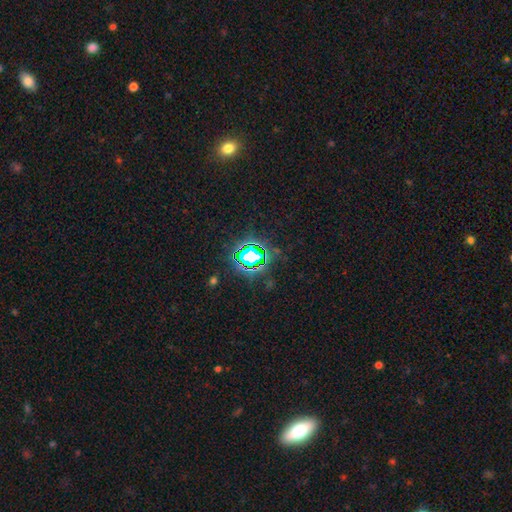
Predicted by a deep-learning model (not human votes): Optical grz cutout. It shows a star or artifact, not a galaxy (75%).